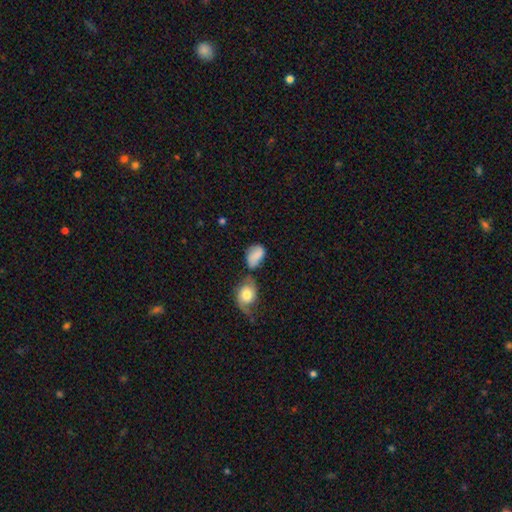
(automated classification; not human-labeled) Q: Smooth or featured?
A: smooth (76%); runner-up: featured or disk (16%)
Q: How rounded?
A: in between (81%); runner-up: round (17%)
Q: Merging?
A: none (35%); runner-up: merger (28%)